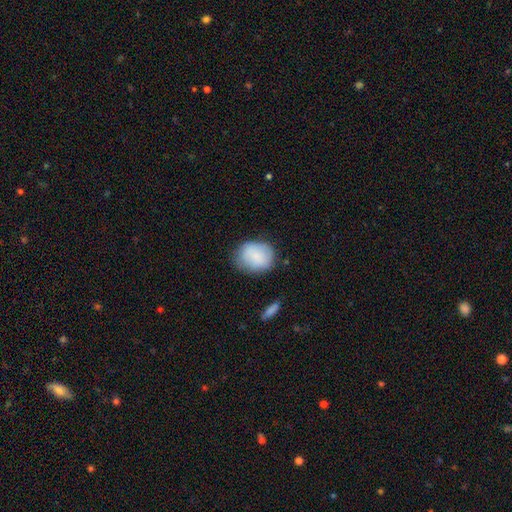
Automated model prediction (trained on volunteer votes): Smooth or featured?
  - smooth: 84% *
  - featured or disk: 10%
  - star or artifact: 7%
How rounded?
  - round: 61% *
  - in between: 38%
  - cigar-shaped: 1%
Merging?
  - none: 68% *
  - minor disturbance: 23%
  - major disturbance: 6%
  - merger: 3%